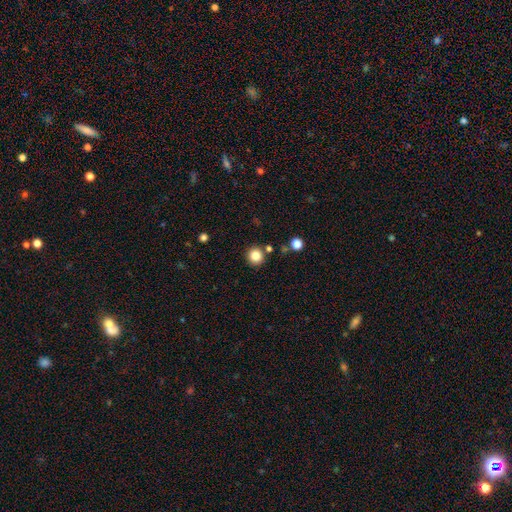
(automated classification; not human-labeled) Smooth or featured? smooth (85%)
How rounded? round (94%)
Merging? none (88%)